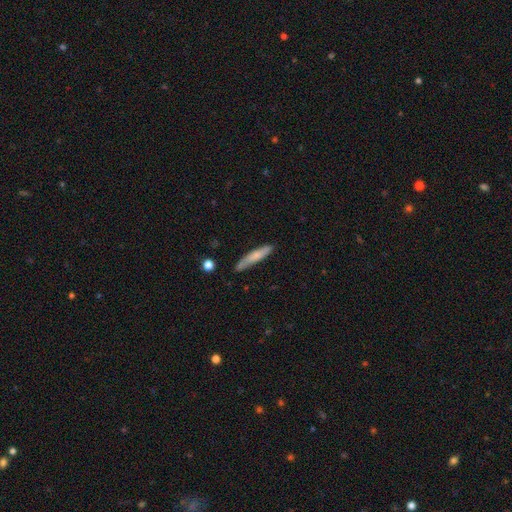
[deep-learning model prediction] The model was most divided on "smooth or featured": smooth: 66%, featured or disk: 28%, star or artifact: 6%. More confident: how rounded — cigar-shaped (90%); merging — none (78%).